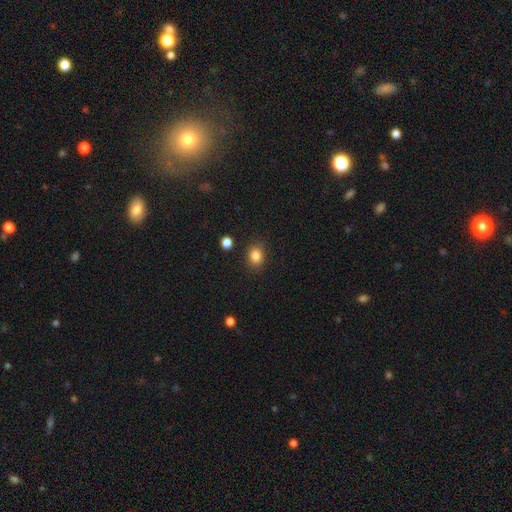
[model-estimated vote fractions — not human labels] This appears to be a smooth galaxy with no disk features (85%) that is in between round and cigar-shaped (50%). Merging: none (86%).